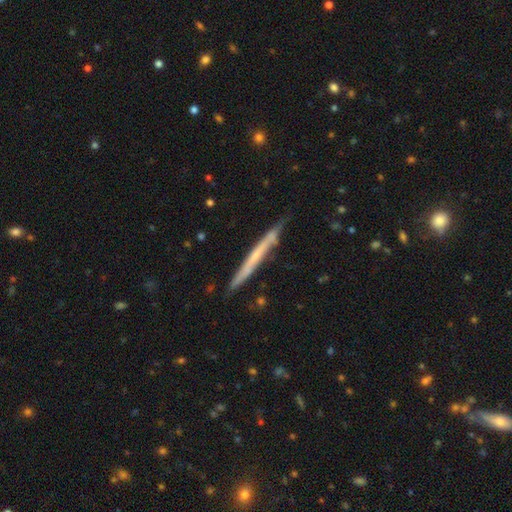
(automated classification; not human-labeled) Smooth or featured?
  - featured or disk: 53% *
  - smooth: 42%
  - star or artifact: 6%
Edge-on disk?
  - yes: 95% *
  - no: 5%
Merging?
  - none: 78% *
  - minor disturbance: 17%
  - merger: 3%
  - major disturbance: 3%